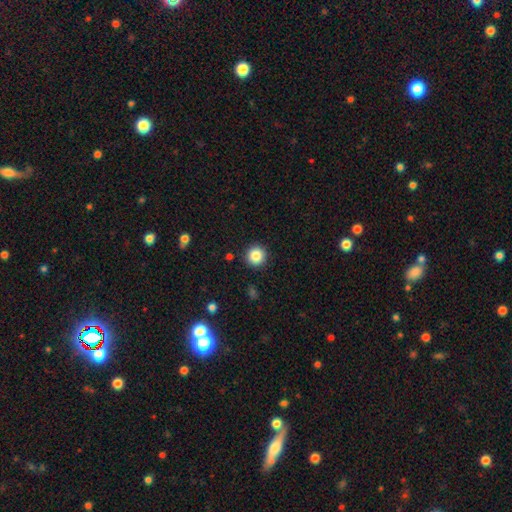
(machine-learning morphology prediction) A smooth galaxy with no disk features (85%) that is round (95%).

Vote fractions:
- Smooth or featured? smooth: 85% / star or artifact: 10% / featured or disk: 5%
- How rounded? round: 95% / in between: 4% / cigar-shaped: 1%
- Merging? none: 91% / minor disturbance: 5% / major disturbance: 2% / merger: 1%